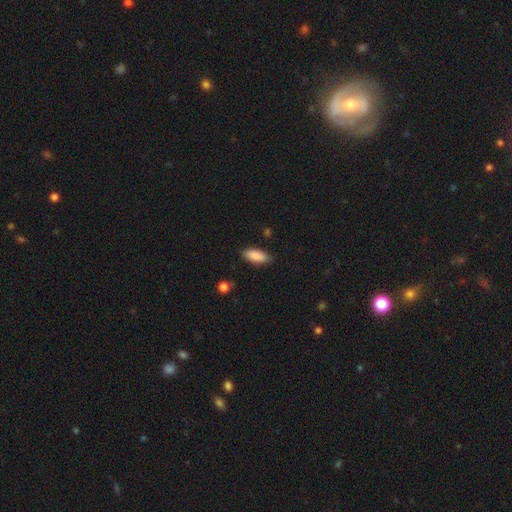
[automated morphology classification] Q: Smooth or featured?
A: smooth (88%); runner-up: star or artifact (6%)
Q: How rounded?
A: in between (80%); runner-up: cigar-shaped (18%)
Q: Merging?
A: none (86%); runner-up: minor disturbance (11%)